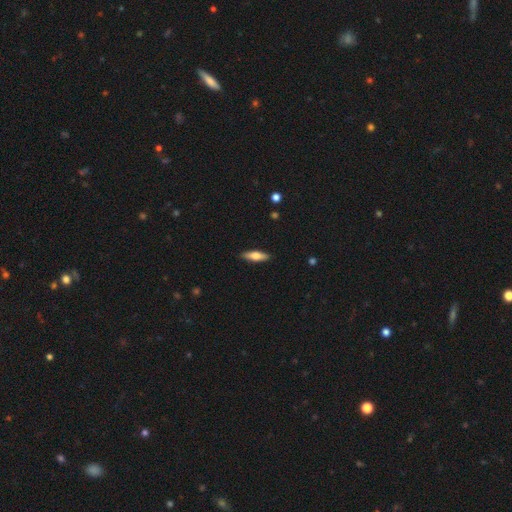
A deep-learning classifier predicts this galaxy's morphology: Smooth or featured: smooth — 63% (featured or disk — 31%)
How rounded: cigar-shaped — 54% (in between — 44%)
Merging: none — 89% (minor disturbance — 8%)